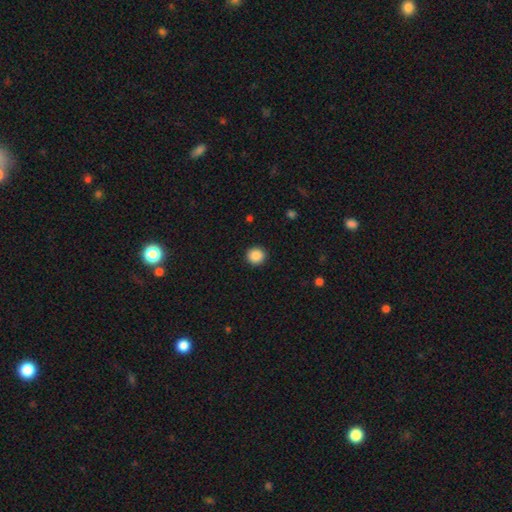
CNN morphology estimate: A smooth galaxy with no disk features (88%) that is round (93%). Merging: none (92%).